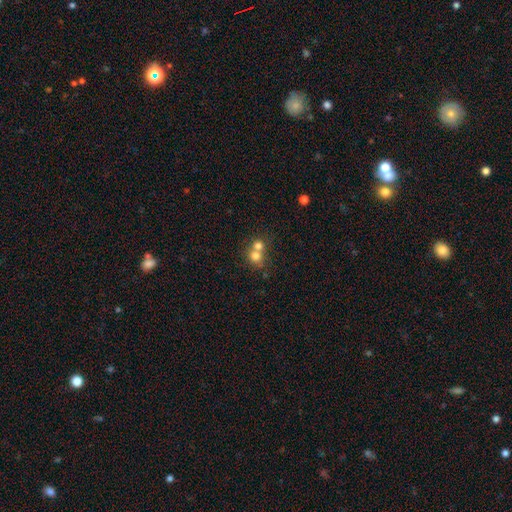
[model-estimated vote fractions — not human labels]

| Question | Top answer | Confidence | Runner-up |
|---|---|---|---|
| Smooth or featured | smooth | 74% | featured or disk (15%) |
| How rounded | round | 77% | in between (22%) |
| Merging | merger | 63% | none (29%) |